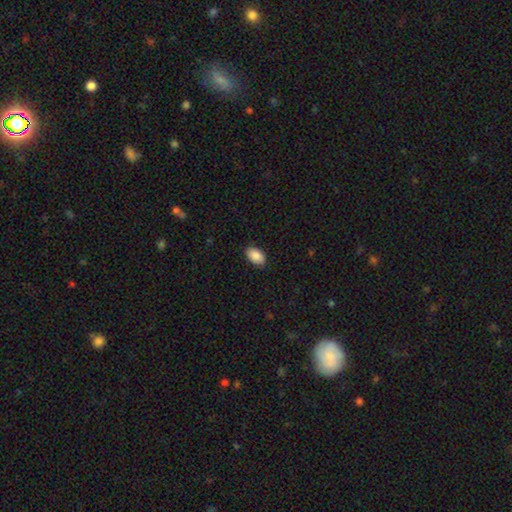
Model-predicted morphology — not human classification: A smooth galaxy with no disk features (89%) that is in between round and cigar-shaped (93%). Merging: none (89%).